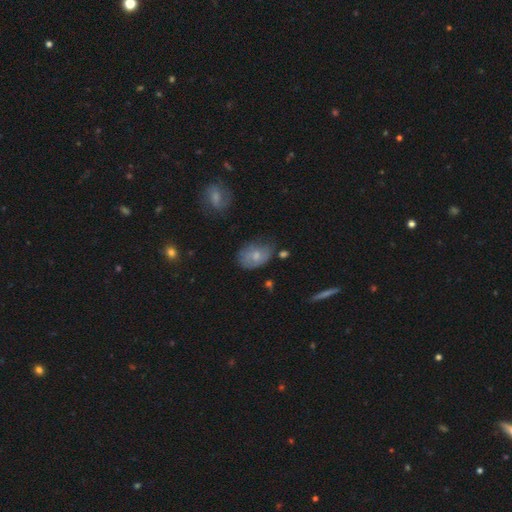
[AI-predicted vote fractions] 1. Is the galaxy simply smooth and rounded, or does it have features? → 64% smooth, 27% featured or disk, 8% star or artifact.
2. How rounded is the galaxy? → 80% in between, 19% round, 1% cigar-shaped.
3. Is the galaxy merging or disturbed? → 52% none, 34% minor disturbance, 10% major disturbance, 4% merger.